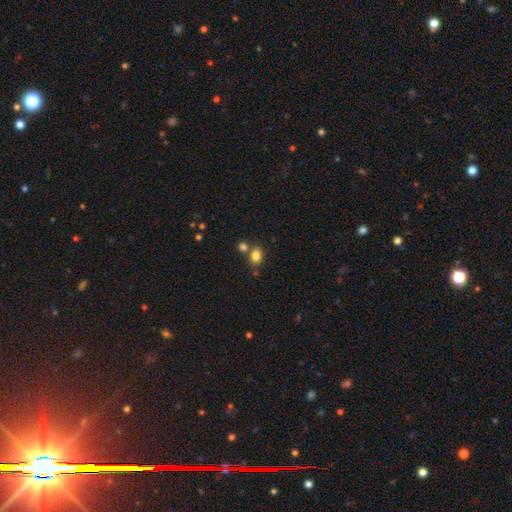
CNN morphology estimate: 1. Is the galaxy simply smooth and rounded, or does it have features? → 82% smooth, 11% star or artifact, 7% featured or disk.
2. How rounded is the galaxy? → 69% in between, 29% round, 1% cigar-shaped.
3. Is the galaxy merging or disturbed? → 62% none, 24% merger, 11% minor disturbance, 3% major disturbance.